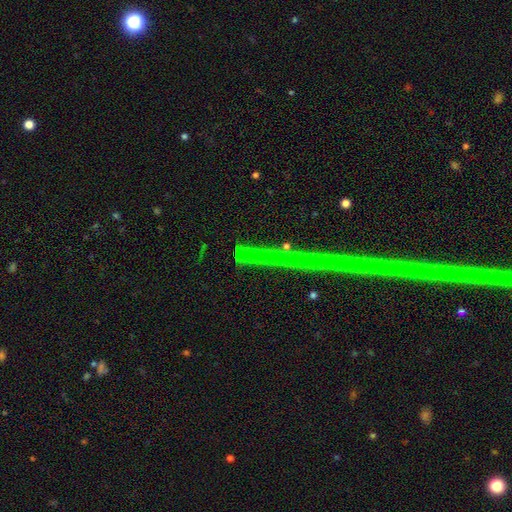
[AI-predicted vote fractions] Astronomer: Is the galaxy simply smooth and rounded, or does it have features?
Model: star or artifact — 76%.